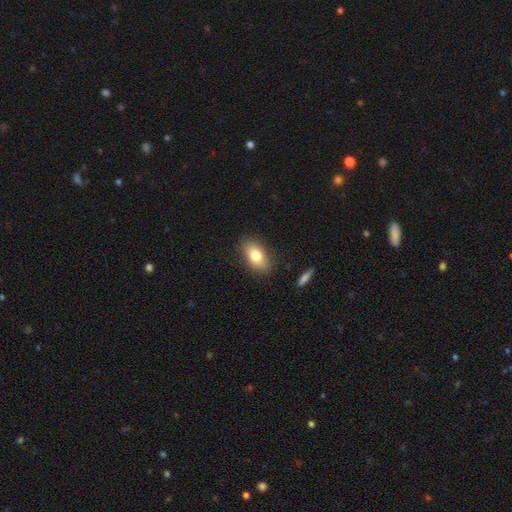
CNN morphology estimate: smooth_or_featured: smooth (p=0.78) [alt: featured or disk p=0.14]
how_rounded: in between (p=0.88) [alt: round p=0.07]
merging: none (p=0.85) [alt: minor disturbance p=0.11]